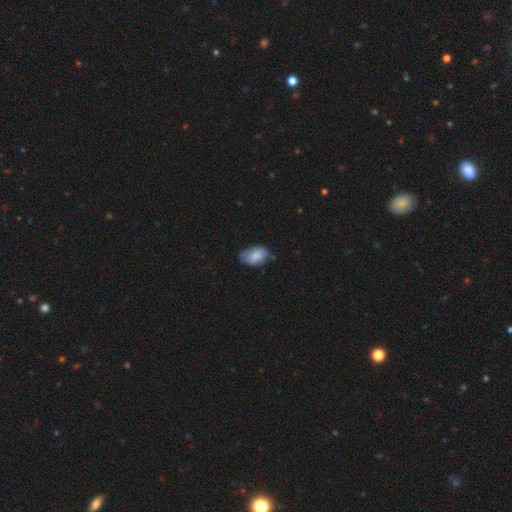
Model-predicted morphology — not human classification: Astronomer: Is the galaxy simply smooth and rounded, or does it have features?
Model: smooth — 80%.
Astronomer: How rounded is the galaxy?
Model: in between — 91%.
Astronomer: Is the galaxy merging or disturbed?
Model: none — 61%.